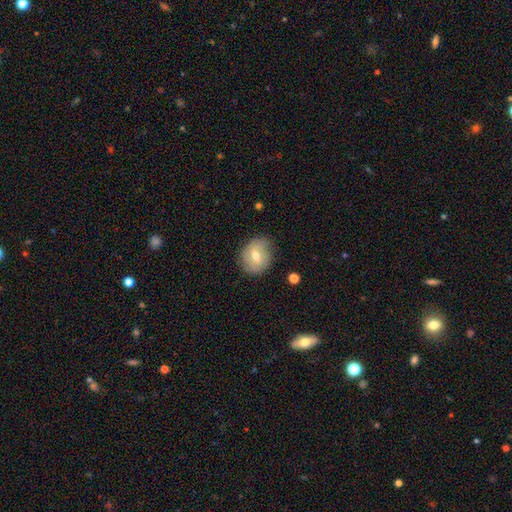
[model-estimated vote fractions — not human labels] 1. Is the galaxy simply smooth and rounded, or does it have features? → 49% featured or disk, 42% smooth, 9% star or artifact.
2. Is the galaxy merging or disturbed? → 78% none, 17% minor disturbance, 4% major disturbance, 1% merger.